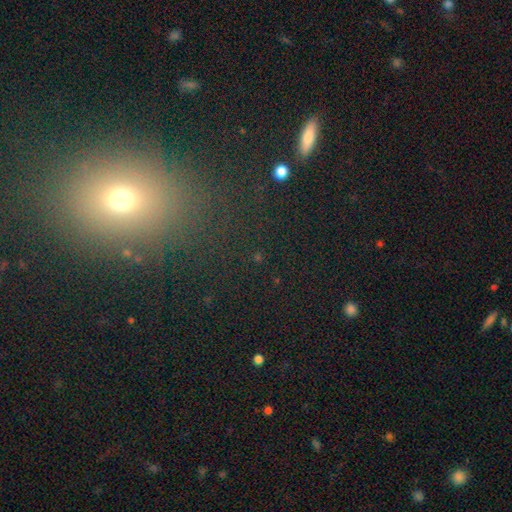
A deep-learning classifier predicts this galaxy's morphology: The model was most divided on "smooth or featured": star or artifact: 43%, smooth: 42%, featured or disk: 15%.